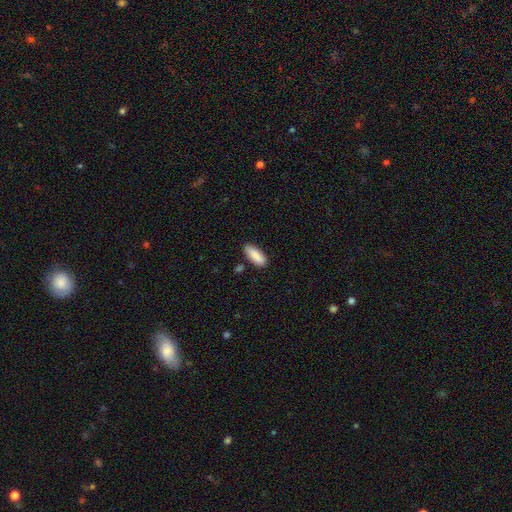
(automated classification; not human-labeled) Smooth or featured? smooth (88%)
How rounded? in between (74%)
Merging? none (82%)